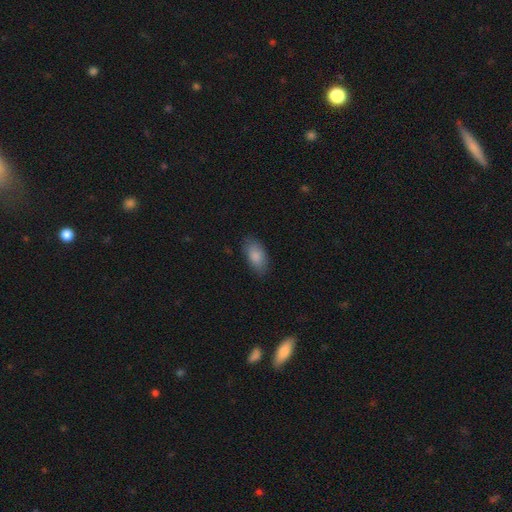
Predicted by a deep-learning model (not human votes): smooth-or-featured: smooth: 87% | featured or disk: 7% | star or artifact: 6%
  how-rounded: in between: 92% | cigar-shaped: 5% | round: 3%
  merging: none: 82% | minor disturbance: 14% | major disturbance: 3% | merger: 1%